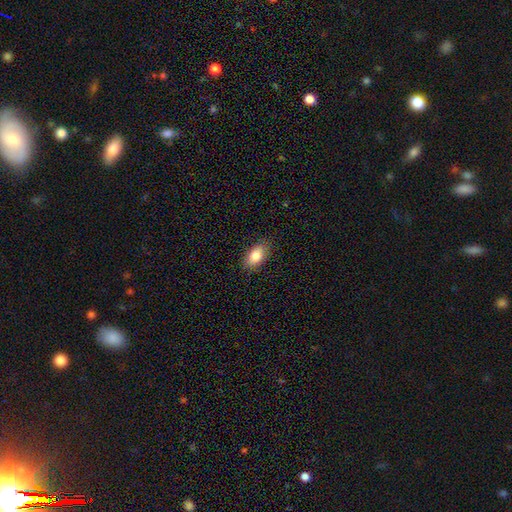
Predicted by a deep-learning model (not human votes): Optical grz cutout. It shows a smooth galaxy with no disk features (82%) that is in between round and cigar-shaped (91%). Merging: none (86%).